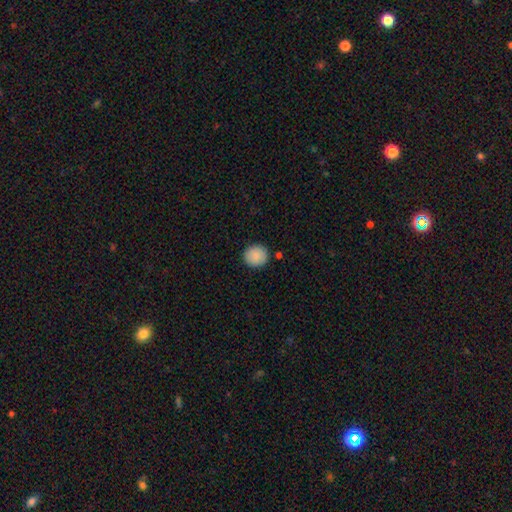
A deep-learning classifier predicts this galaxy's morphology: Overall: smooth (89%). How rounded: round (89%). Merging: none (89%).